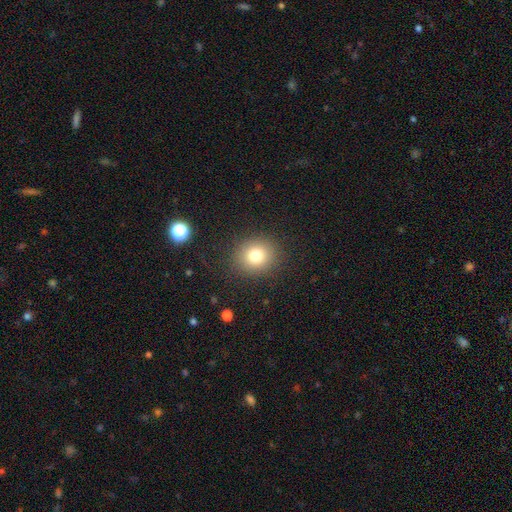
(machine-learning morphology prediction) Smooth or featured? smooth (77%)
How rounded? round (82%)
Merging? none (88%)